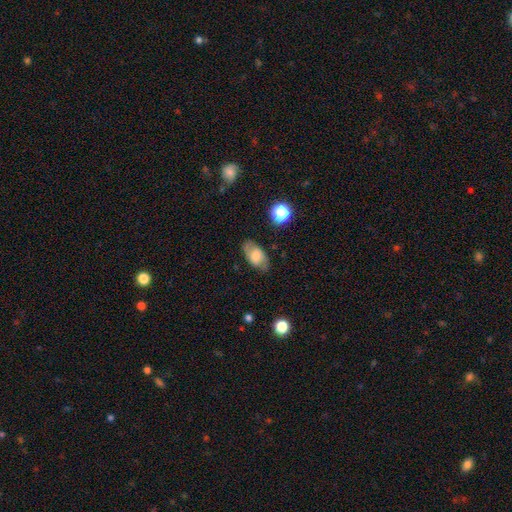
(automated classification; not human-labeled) This appears to be a smooth galaxy with no disk features (55%) that is in between round and cigar-shaped (90%). Merging: none (77%).